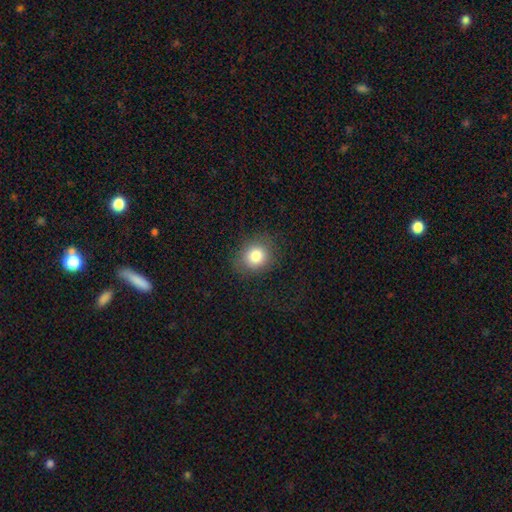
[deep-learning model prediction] Smooth or featured? smooth (81%)
How rounded? round (78%)
Merging? none (83%)